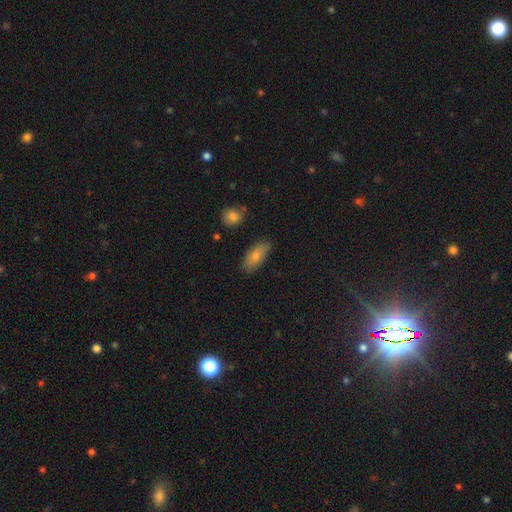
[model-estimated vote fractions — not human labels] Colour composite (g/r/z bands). It shows a smooth galaxy with no disk features (78%) that is in between round and cigar-shaped (85%). Merging: none (80%).